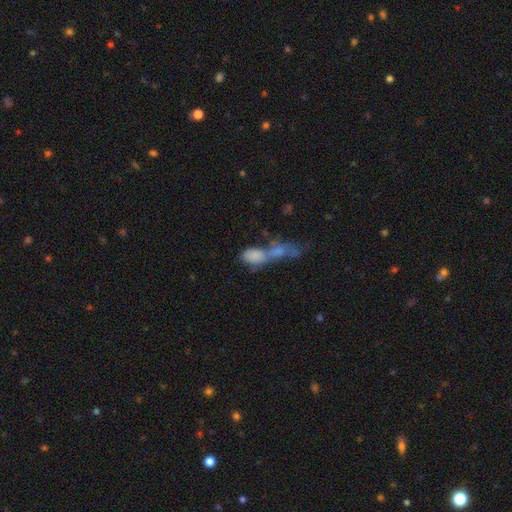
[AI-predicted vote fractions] smooth_or_featured: smooth (p=0.73) [alt: featured or disk p=0.18]
how_rounded: in between (p=0.82) [alt: round p=0.10]
merging: merger (p=0.67) [alt: none p=0.16]